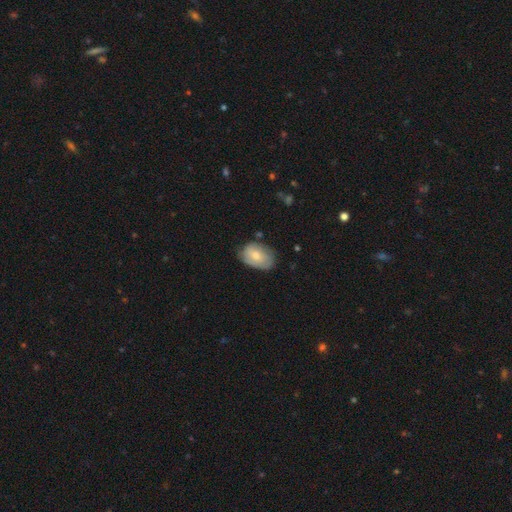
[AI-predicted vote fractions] Overall: smooth (69%). How rounded: in between (84%). Merging: none (62%; minor disturbance 30%).